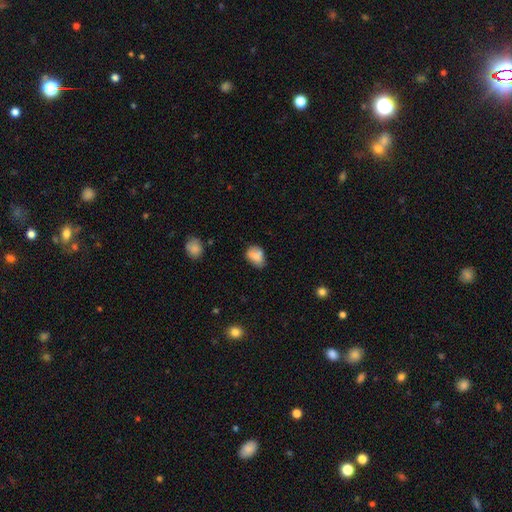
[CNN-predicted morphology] Smooth or featured: smooth — 77% (featured or disk — 13%)
How rounded: in between — 77% (round — 22%)
Merging: none — 55% (minor disturbance — 28%)